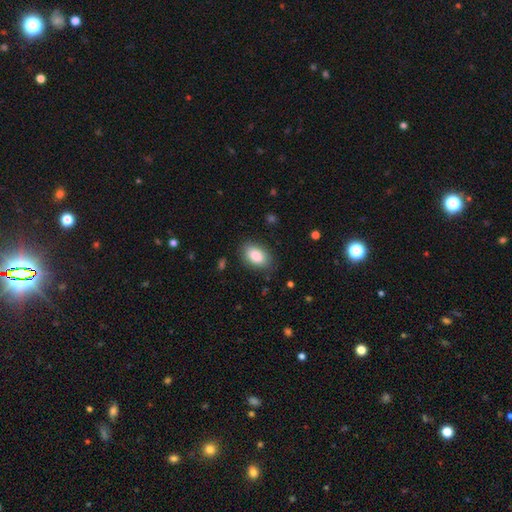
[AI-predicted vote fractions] This is clearly a smooth galaxy (86%). How rounded: clearly in between (91%). Merging: clearly none (83%).